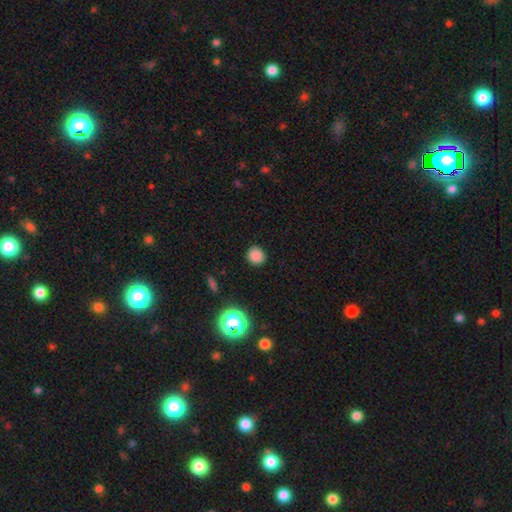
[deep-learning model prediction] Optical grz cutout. It shows a smooth galaxy with no disk features (82%) that is round (88%). Merging: none (89%).